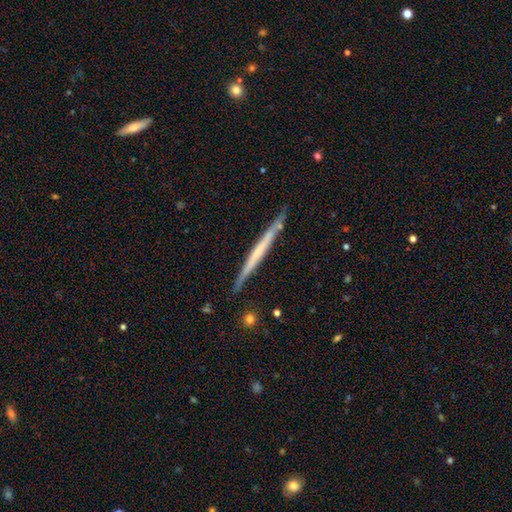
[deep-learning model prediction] Smooth or featured: featured or disk — 61% (smooth — 34%)
Edge-on disk: yes — 97% (no — 3%)
Edge-on bulge: none — 81% (rounded — 11%)
Merging: none — 87% (minor disturbance — 10%)